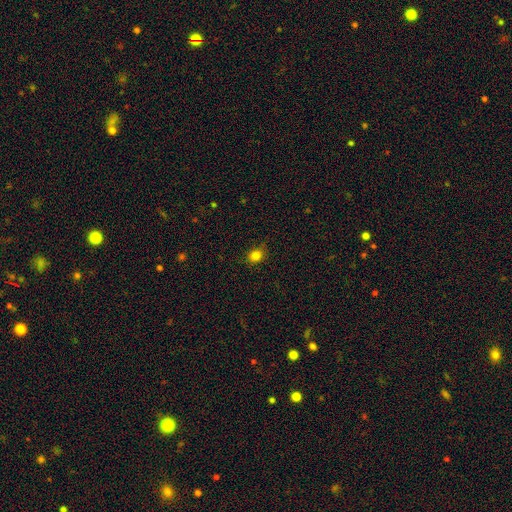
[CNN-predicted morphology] This appears to be a smooth galaxy with no disk features (82%) that is round (67%). Merging: none (83%).